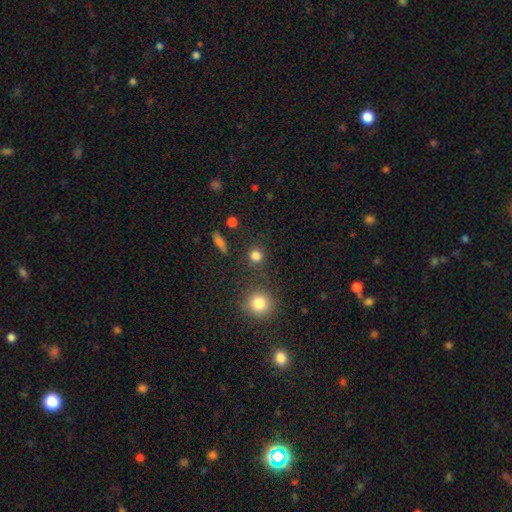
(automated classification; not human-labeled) Smooth or featured?
  - smooth: 81% *
  - star or artifact: 14%
  - featured or disk: 5%
How rounded?
  - round: 90% *
  - in between: 8%
  - cigar-shaped: 1%
Merging?
  - none: 82% *
  - minor disturbance: 8%
  - merger: 6%
  - major disturbance: 4%